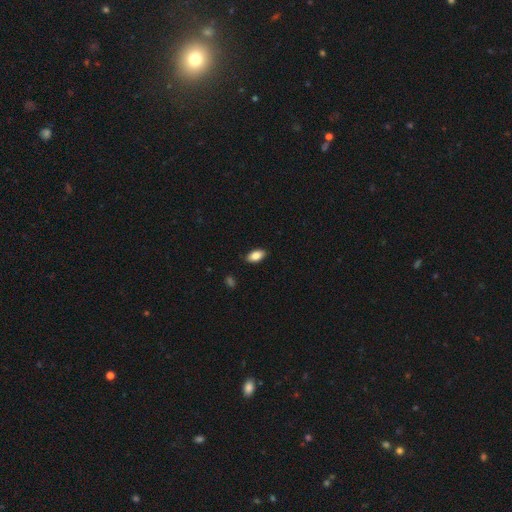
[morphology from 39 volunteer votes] smooth_or_featured: smooth (p=0.90) [alt: featured or disk p=0.08]
how_rounded: in between (p=0.91) [alt: round p=0.09]
merging: none (p=0.84) [alt: minor disturbance p=0.16]